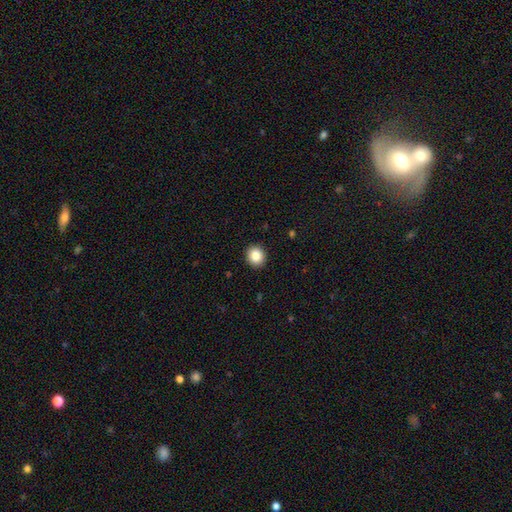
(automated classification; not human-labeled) Overall: smooth (86%). How rounded: round (84%). Merging: none (92%).